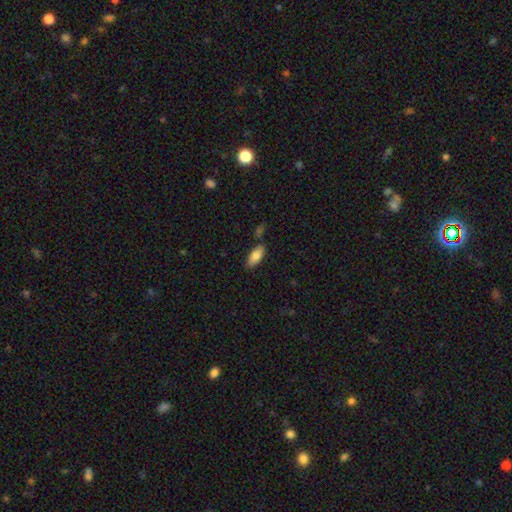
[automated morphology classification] This is clearly a smooth galaxy (83%). How rounded: clearly in between (85%). Merging: likely none (73%).